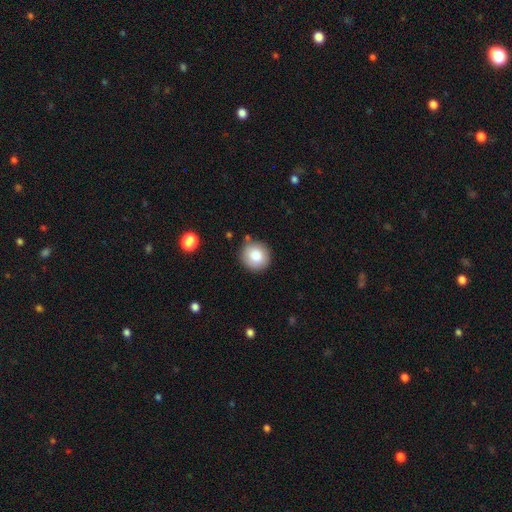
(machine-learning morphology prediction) Smooth or featured? smooth (84%)
How rounded? round (90%)
Merging? none (85%)